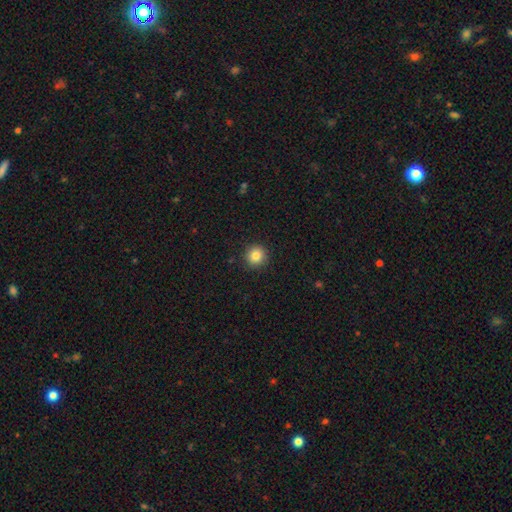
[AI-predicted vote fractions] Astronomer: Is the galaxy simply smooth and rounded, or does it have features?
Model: smooth — 84%.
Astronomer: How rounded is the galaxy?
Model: round — 94%.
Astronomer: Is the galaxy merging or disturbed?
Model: none — 91%.